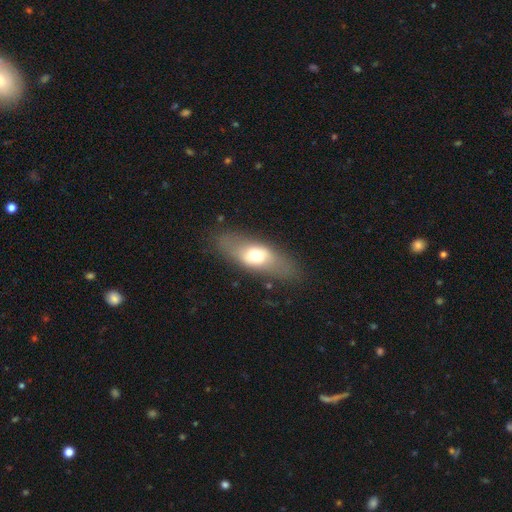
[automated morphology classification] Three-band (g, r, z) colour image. It shows a smooth galaxy with no disk features (55%) that is in between round and cigar-shaped (72%). Merging: none (78%).